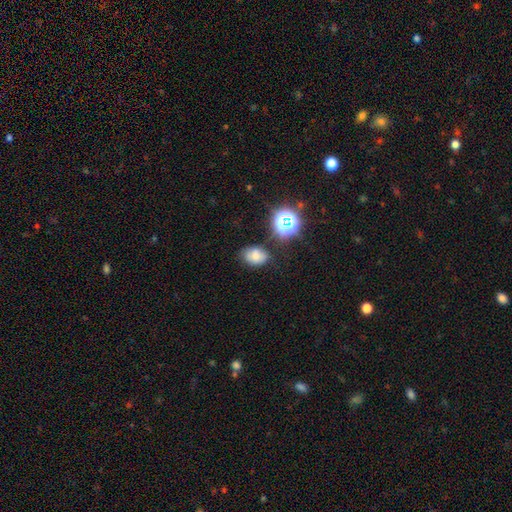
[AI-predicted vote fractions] Smooth or featured? Predicted: smooth (p=0.68). How rounded? Predicted: in between (p=0.72). Merging? Predicted: none (p=0.69).